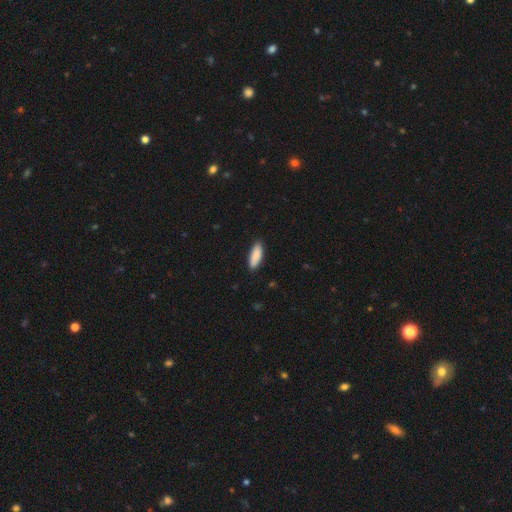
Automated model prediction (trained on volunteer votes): A smooth galaxy with no disk features (88%) that is in between round and cigar-shaped (65%). Merging: none (88%).